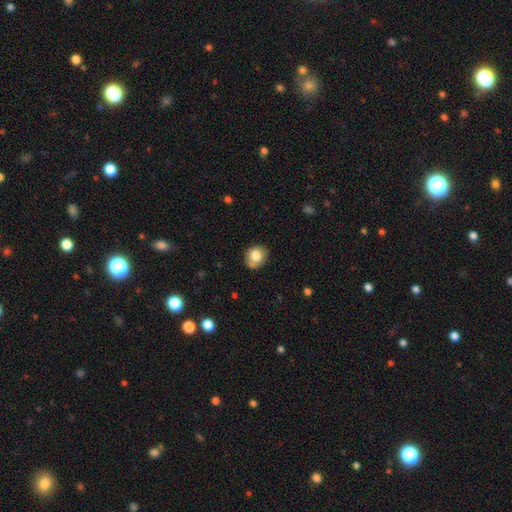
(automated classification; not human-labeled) Q: Smooth or featured?
A: smooth (77%); runner-up: featured or disk (13%)
Q: How rounded?
A: round (67%); runner-up: in between (33%)
Q: Merging?
A: none (70%); runner-up: minor disturbance (20%)